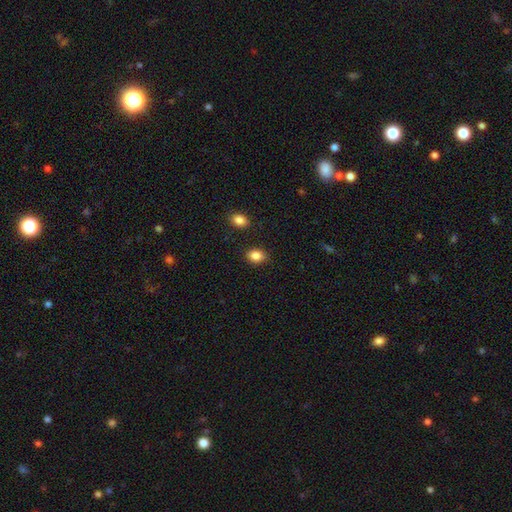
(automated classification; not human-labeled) Q: Smooth or featured?
A: smooth (86%); runner-up: star or artifact (9%)
Q: How rounded?
A: in between (64%); runner-up: round (35%)
Q: Merging?
A: none (84%); runner-up: minor disturbance (10%)